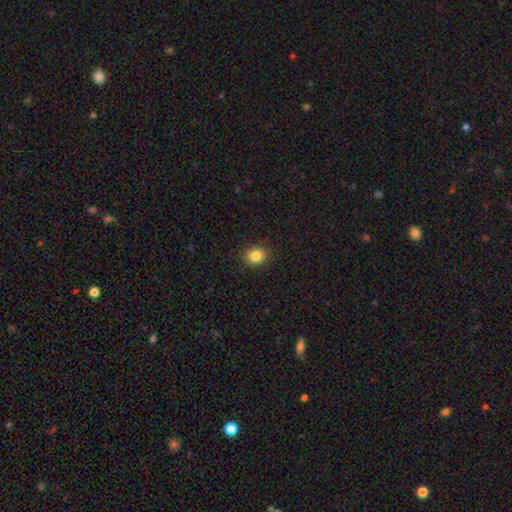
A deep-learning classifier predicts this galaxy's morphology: A smooth galaxy with no disk features (84%) that is round (64%).

Vote fractions:
- Smooth or featured? smooth: 84% / star or artifact: 11% / featured or disk: 5%
- How rounded? round: 64% / in between: 36% / cigar-shaped: 1%
- Merging? none: 90% / minor disturbance: 7% / major disturbance: 2% / merger: 1%